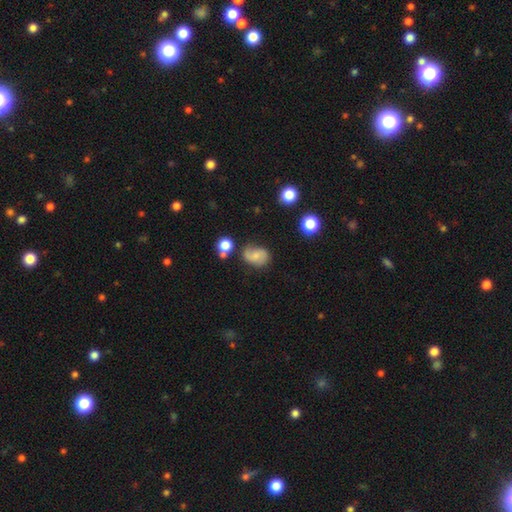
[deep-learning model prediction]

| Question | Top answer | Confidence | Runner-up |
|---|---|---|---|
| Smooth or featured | featured or disk | 46% | smooth (43%) |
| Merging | none | 59% | minor disturbance (24%) |